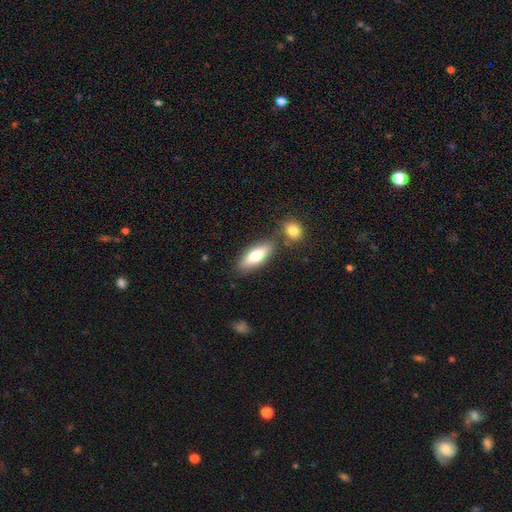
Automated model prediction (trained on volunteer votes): Smooth or featured? smooth (71%)
How rounded? in between (66%)
Merging? none (74%)